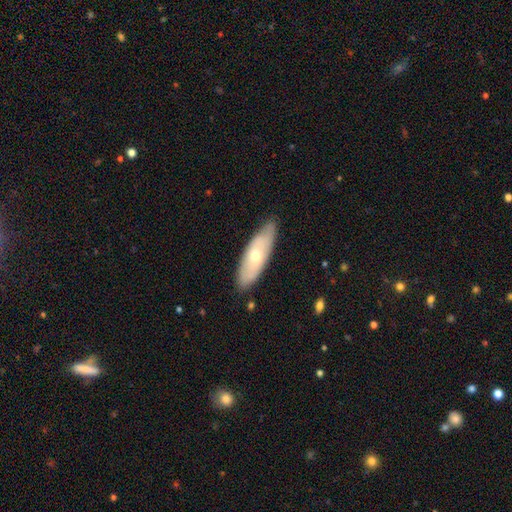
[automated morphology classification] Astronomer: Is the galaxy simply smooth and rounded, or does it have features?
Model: smooth — 50% (runner-up: featured or disk, 44%).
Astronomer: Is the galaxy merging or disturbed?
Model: none — 81%.